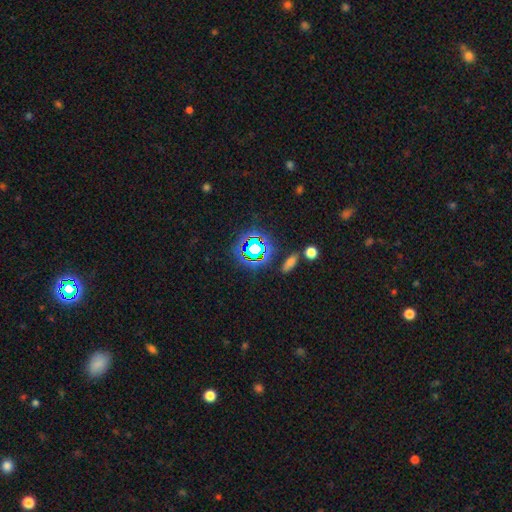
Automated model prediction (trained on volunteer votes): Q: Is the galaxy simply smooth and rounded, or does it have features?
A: star or artifact — 58%.